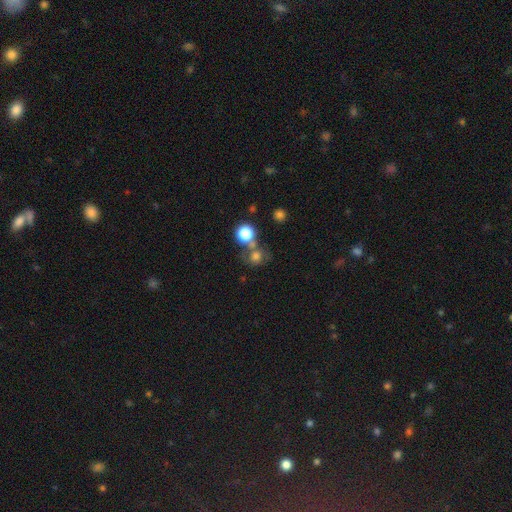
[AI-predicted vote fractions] smooth-or-featured: smooth: 47% | star or artifact: 40% | featured or disk: 13%
  merging: none: 56% | merger: 29% | minor disturbance: 9% | major disturbance: 6%